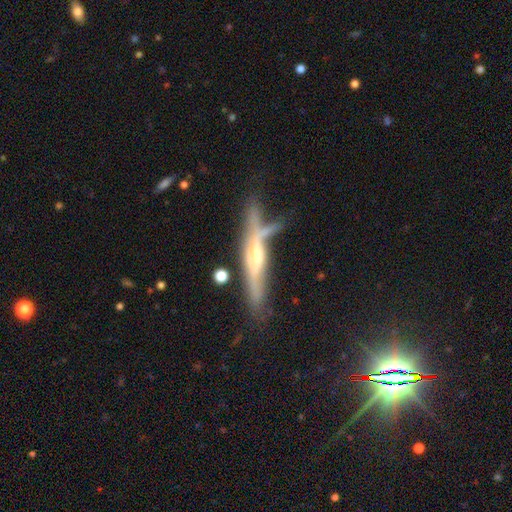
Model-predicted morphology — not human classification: Smooth or featured? Predicted: featured or disk (p=0.69). Edge-on disk? Predicted: yes (p=0.92). Edge-on bulge? Predicted: rounded (p=0.69). Merging? Predicted: none (p=0.52).